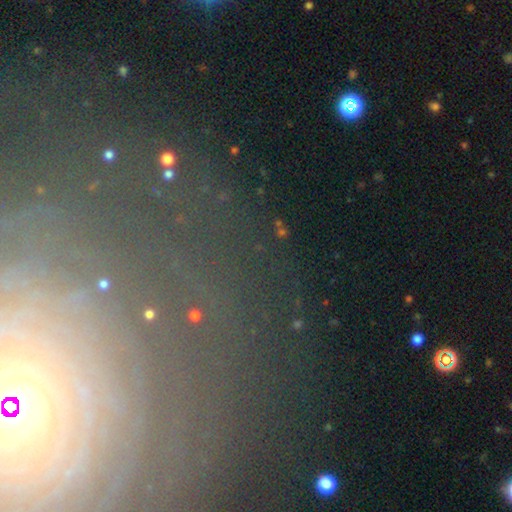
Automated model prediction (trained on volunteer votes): This appears to be a star or artifact, not a galaxy (53%).